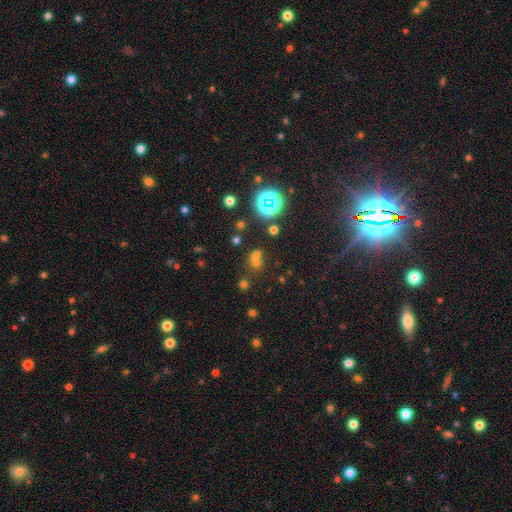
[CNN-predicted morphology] Smooth or featured? Predicted: smooth (p=0.50). How rounded? Predicted: round (p=0.80). Merging? Predicted: none (p=0.48).